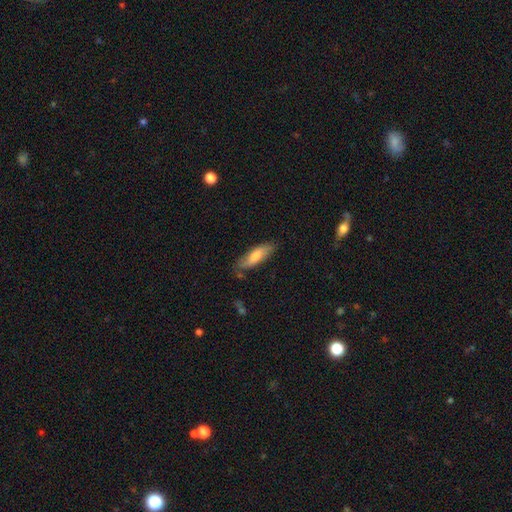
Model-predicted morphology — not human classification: smooth_or_featured: smooth (p=0.70) [alt: featured or disk p=0.24]
how_rounded: in between (p=0.50) [alt: cigar-shaped p=0.48]
merging: none (p=0.76) [alt: minor disturbance p=0.19]